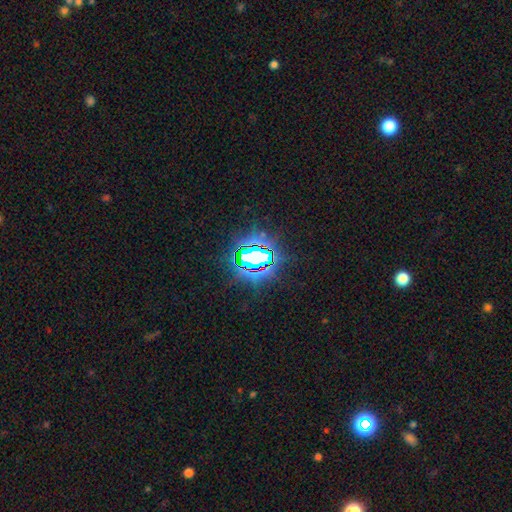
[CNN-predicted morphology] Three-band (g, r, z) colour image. It shows a star or artifact, not a galaxy (77%).